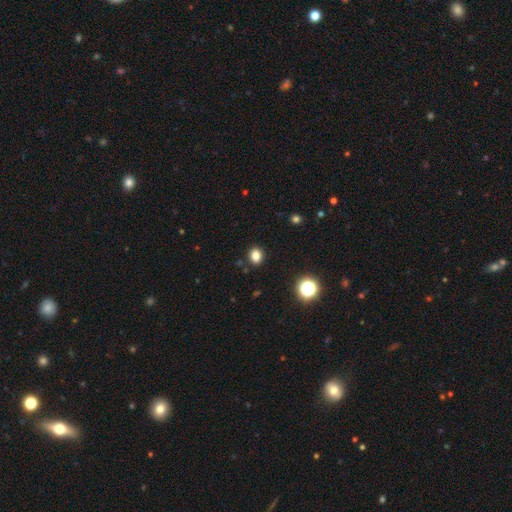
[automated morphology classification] smooth-or-featured: smooth: 82% | star or artifact: 13% | featured or disk: 5%
  how-rounded: round: 53% | in between: 46% | cigar-shaped: 1%
  merging: none: 89% | minor disturbance: 7% | major disturbance: 2% | merger: 2%